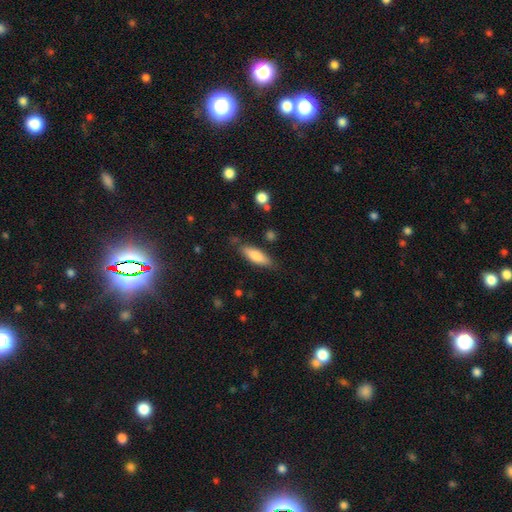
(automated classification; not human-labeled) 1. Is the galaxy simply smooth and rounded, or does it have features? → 74% smooth, 20% featured or disk, 6% star or artifact.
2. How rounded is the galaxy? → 53% in between, 45% cigar-shaped, 2% round.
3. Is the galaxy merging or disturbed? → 80% none, 14% minor disturbance, 3% major disturbance, 3% merger.